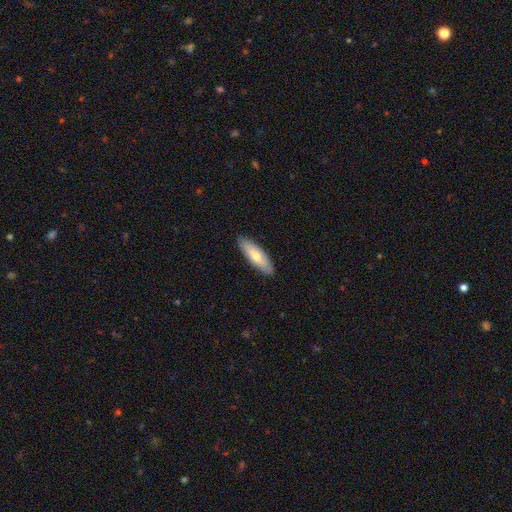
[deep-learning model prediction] Morphology: type=smooth (64%); roundness=cigar-shaped (54%); merging=none (89%).